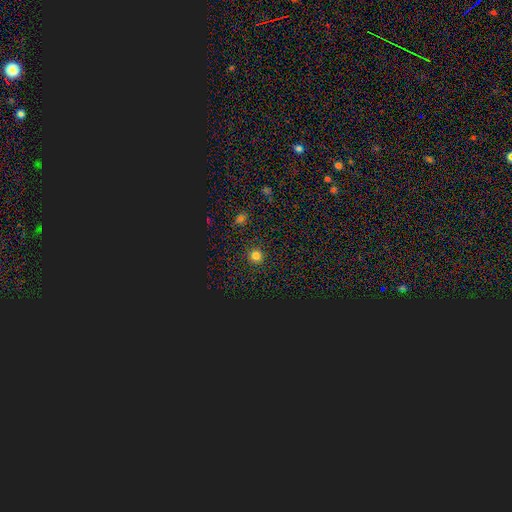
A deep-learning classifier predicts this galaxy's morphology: The model was most divided on "smooth or featured": smooth: 75%, star or artifact: 21%, featured or disk: 4%. More confident: how rounded — round (96%); merging — none (92%).